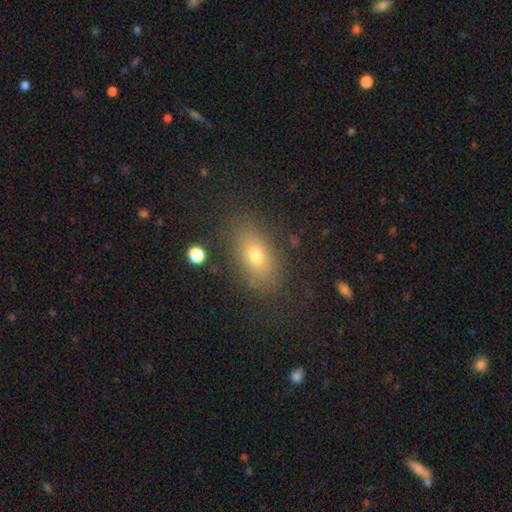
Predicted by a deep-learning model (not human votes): A smooth galaxy with no disk features (70%) that is in between round and cigar-shaped (83%). Merging: none (81%).